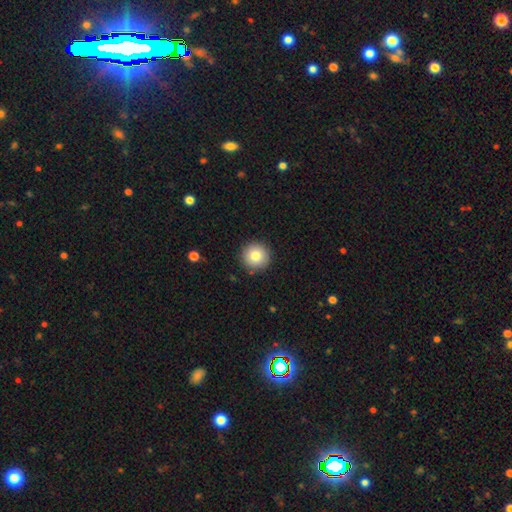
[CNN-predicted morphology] Smooth or featured: smooth — 82% (star or artifact — 9%)
How rounded: round — 96% (in between — 3%)
Merging: none — 90% (minor disturbance — 6%)